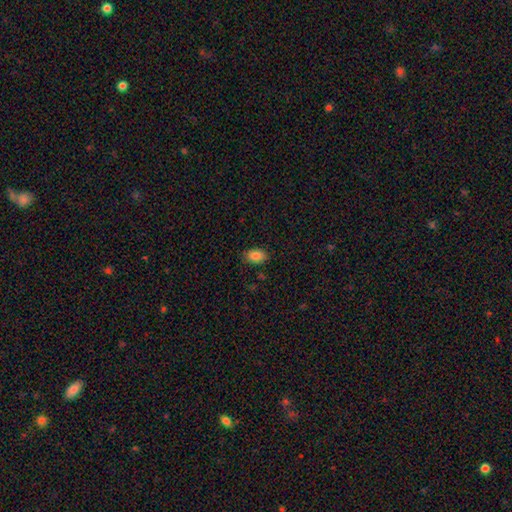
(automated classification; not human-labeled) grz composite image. It shows a smooth galaxy with no disk features (86%) that is in between round and cigar-shaped (87%). Merging: none (85%).